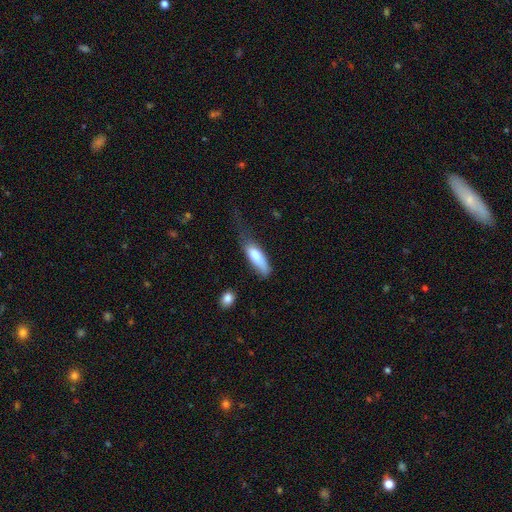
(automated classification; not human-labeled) Smooth or featured: smooth — 76% (featured or disk — 17%)
How rounded: in between — 58% (cigar-shaped — 40%)
Merging: none — 35% (minor disturbance — 33%)